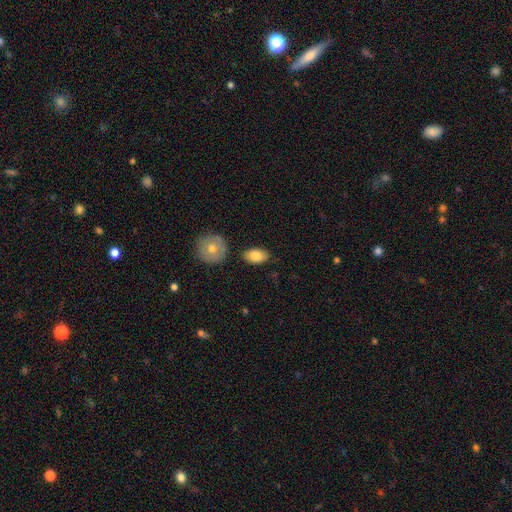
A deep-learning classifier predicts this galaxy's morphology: Smooth or featured?
  - smooth: 82% *
  - featured or disk: 12%
  - star or artifact: 7%
How rounded?
  - in between: 88% *
  - round: 10%
  - cigar-shaped: 2%
Merging?
  - none: 80% *
  - minor disturbance: 12%
  - merger: 5%
  - major disturbance: 3%